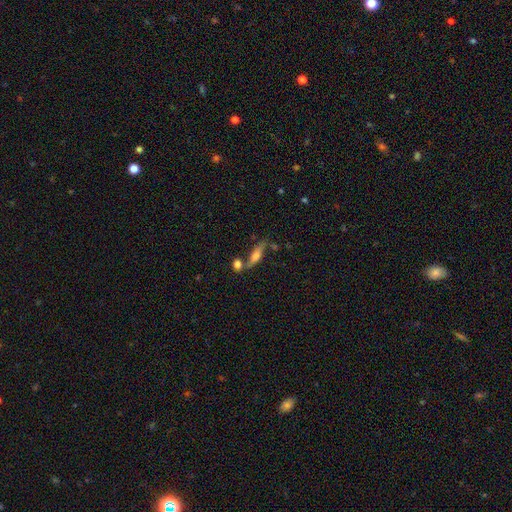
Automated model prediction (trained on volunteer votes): Smooth or featured? featured or disk (48%)
Merging? none (59%)